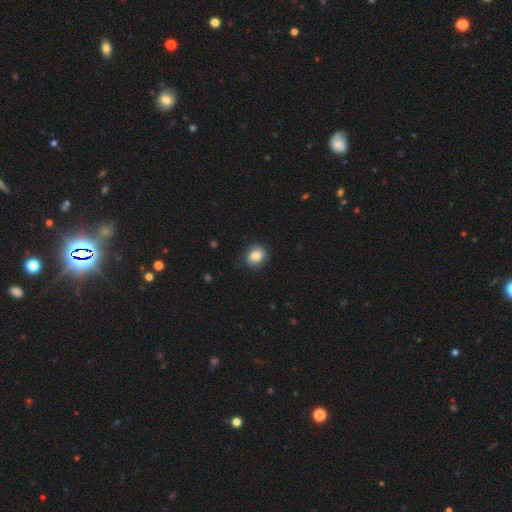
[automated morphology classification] Q: Smooth or featured?
A: smooth (81%); runner-up: featured or disk (11%)
Q: How rounded?
A: round (63%); runner-up: in between (36%)
Q: Merging?
A: none (77%); runner-up: minor disturbance (18%)